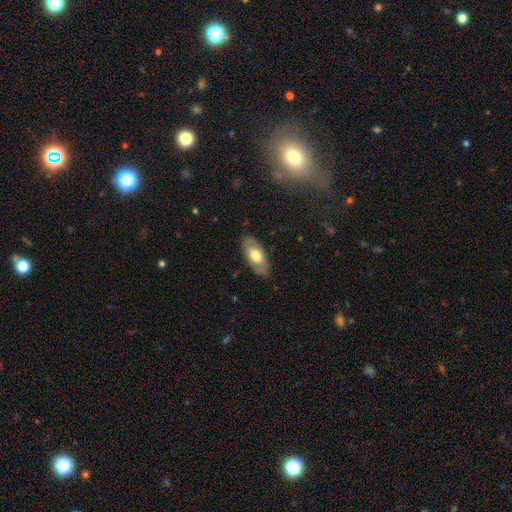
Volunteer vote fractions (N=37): This is likely a smooth galaxy (73%). How rounded: clearly in between (81%). Merging: clearly none (86%).